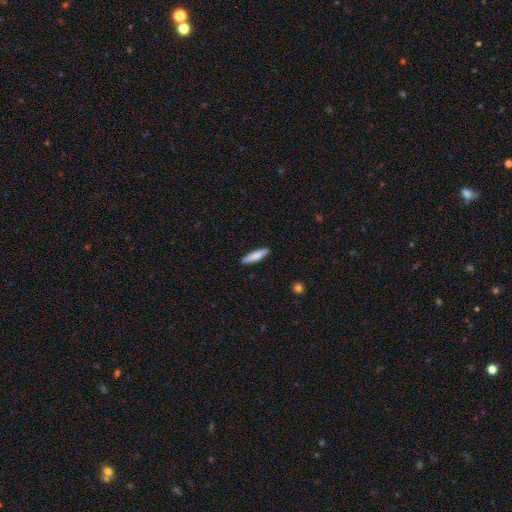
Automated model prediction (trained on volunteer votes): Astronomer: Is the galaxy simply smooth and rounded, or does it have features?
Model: smooth — 78%.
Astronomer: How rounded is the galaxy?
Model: cigar-shaped — 83%.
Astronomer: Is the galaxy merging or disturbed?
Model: none — 89%.